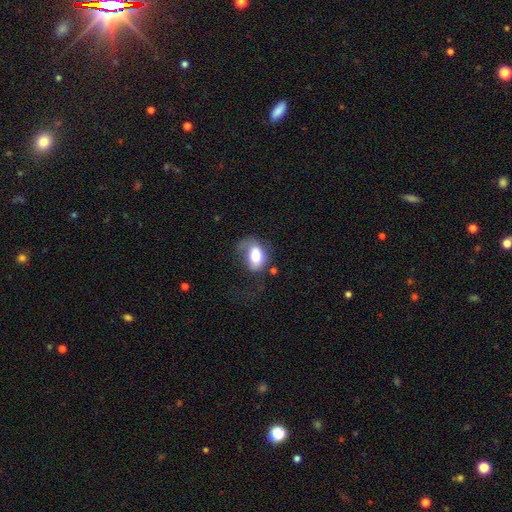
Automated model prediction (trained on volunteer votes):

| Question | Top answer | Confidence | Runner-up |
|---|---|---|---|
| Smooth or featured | smooth | 75% | featured or disk (17%) |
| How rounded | in between | 83% | round (16%) |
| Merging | none | 34% | major disturbance (32%) |